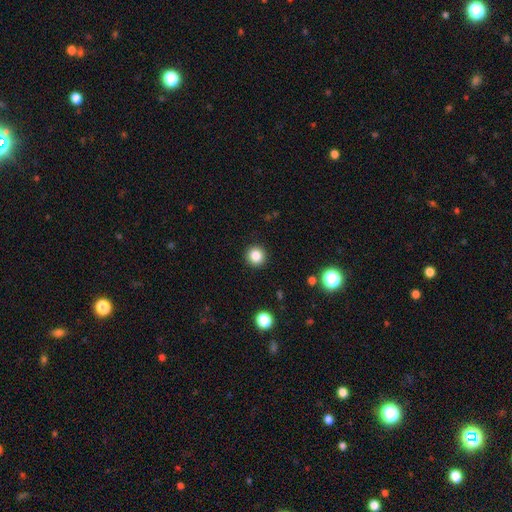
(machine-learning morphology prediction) smooth-or-featured: smooth: 84% | star or artifact: 11% | featured or disk: 5%
  how-rounded: round: 95% | in between: 4% | cigar-shaped: 1%
  merging: none: 93% | minor disturbance: 5% | major disturbance: 2% | merger: 1%